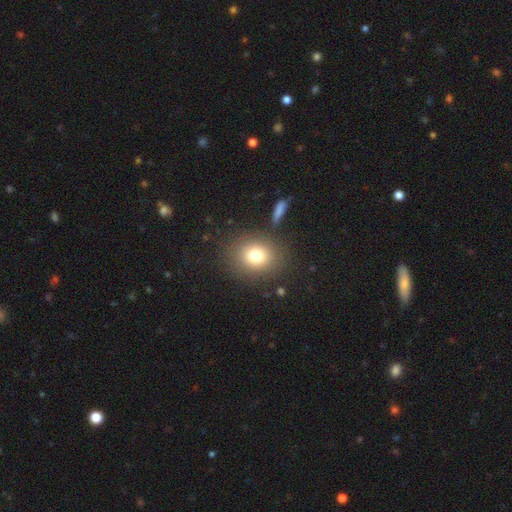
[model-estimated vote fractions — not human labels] A smooth galaxy with no disk features (77%) that is round (68%).

Vote fractions:
- Smooth or featured? smooth: 77% / star or artifact: 12% / featured or disk: 11%
- How rounded? round: 68% / in between: 31% / cigar-shaped: 1%
- Merging? none: 83% / minor disturbance: 9% / major disturbance: 5% / merger: 4%